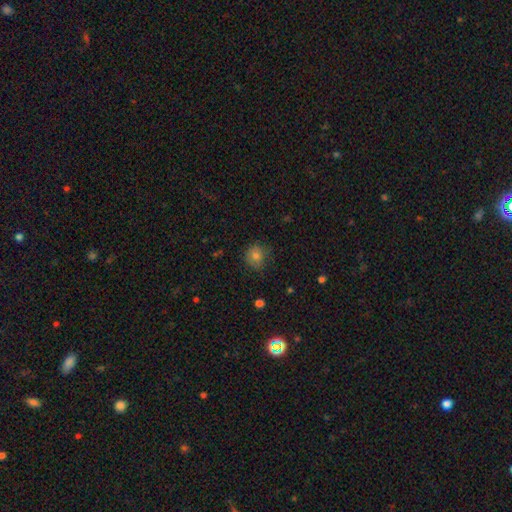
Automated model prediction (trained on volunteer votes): Smooth or featured? smooth (72%)
How rounded? round (86%)
Merging? none (77%)